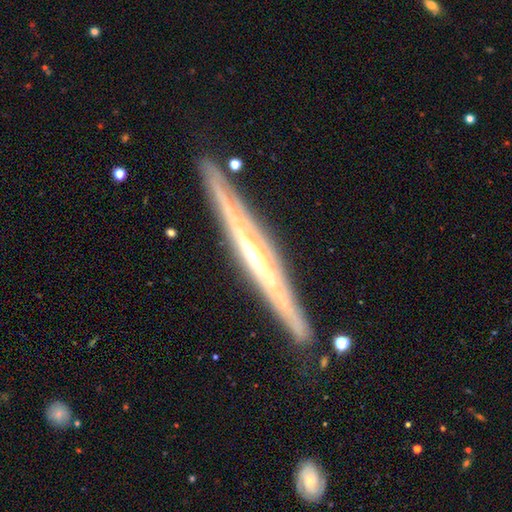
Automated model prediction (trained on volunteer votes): Smooth or featured? Predicted: featured or disk (p=0.79). Edge-on disk? Predicted: yes (p=0.94). Edge-on bulge? Predicted: none (p=0.48). Merging? Predicted: none (p=0.86).